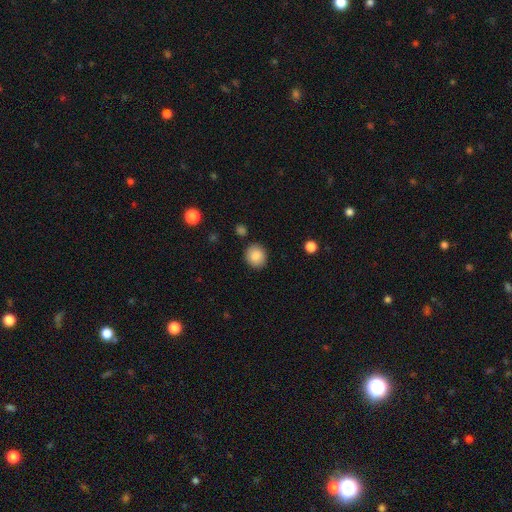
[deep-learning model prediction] smooth-or-featured: smooth: 87% | star or artifact: 8% | featured or disk: 5%
  how-rounded: round: 82% | in between: 17% | cigar-shaped: 1%
  merging: none: 88% | minor disturbance: 8% | major disturbance: 2% | merger: 2%